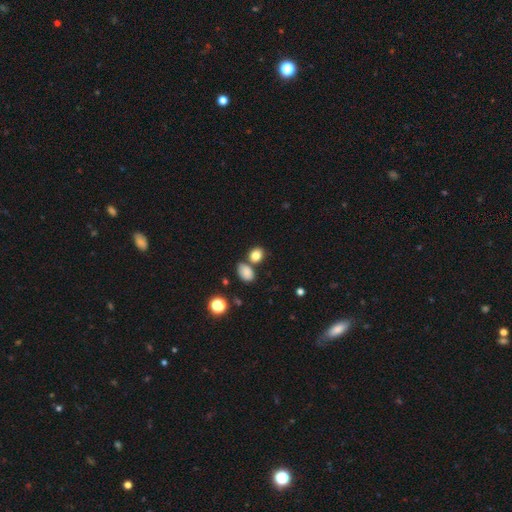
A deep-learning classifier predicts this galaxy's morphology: smooth-or-featured: smooth: 83% | star or artifact: 11% | featured or disk: 6%
  how-rounded: round: 53% | in between: 45% | cigar-shaped: 1%
  merging: none: 62% | merger: 23% | minor disturbance: 12% | major disturbance: 4%